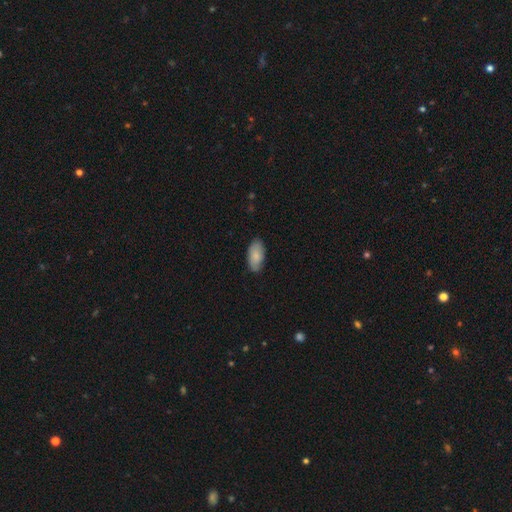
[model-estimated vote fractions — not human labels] Smooth or featured? smooth (84%)
How rounded? in between (94%)
Merging? none (82%)